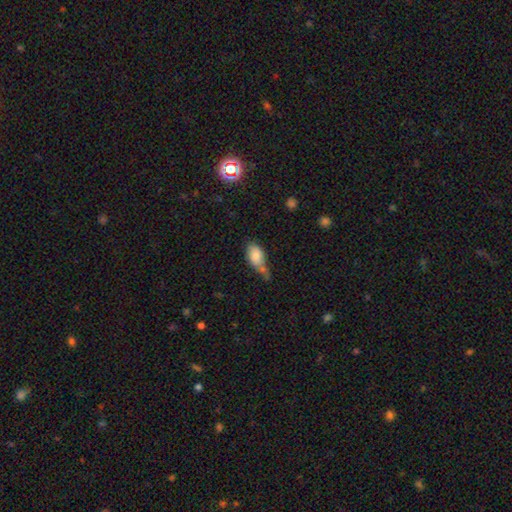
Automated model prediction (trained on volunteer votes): A smooth galaxy with no disk features (80%) that is in between round and cigar-shaped (88%).

Vote fractions:
- Smooth or featured? smooth: 80% / featured or disk: 12% / star or artifact: 8%
- How rounded? in between: 88% / round: 8% / cigar-shaped: 4%
- Merging? merger: 31% / none: 28% / minor disturbance: 27% / major disturbance: 14%